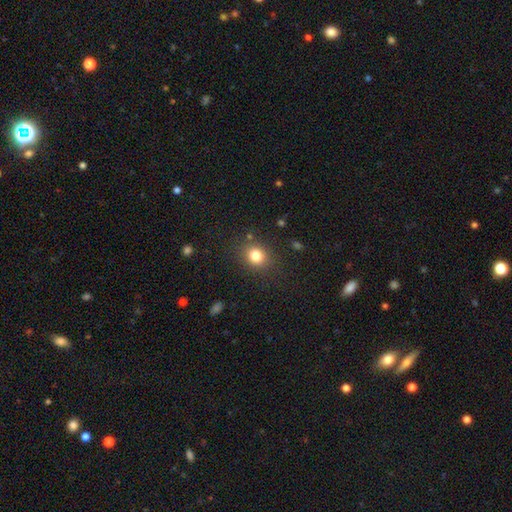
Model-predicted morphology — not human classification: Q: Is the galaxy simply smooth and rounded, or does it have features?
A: smooth — 82%.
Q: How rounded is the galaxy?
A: round — 72%.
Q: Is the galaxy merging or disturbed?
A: none — 85%.